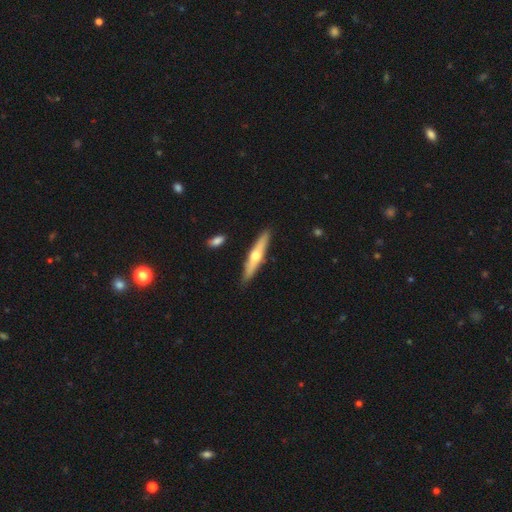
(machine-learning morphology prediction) Smooth or featured? Predicted: featured or disk (p=0.57). Edge-on disk? Predicted: yes (p=0.93). Edge-on bulge? Predicted: rounded (p=0.91). Merging? Predicted: none (p=0.87).